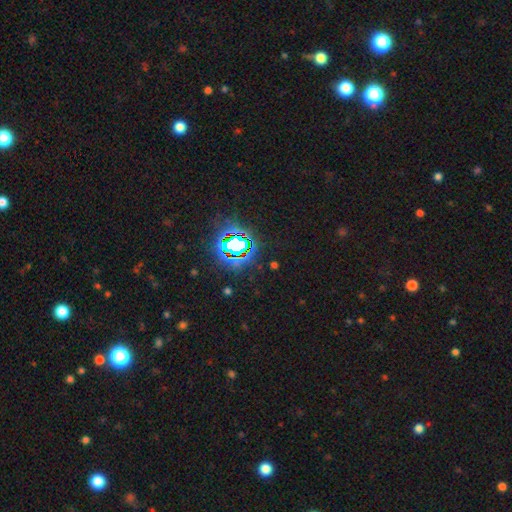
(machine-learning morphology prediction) Q: Smooth or featured?
A: star or artifact (84%); runner-up: smooth (10%)